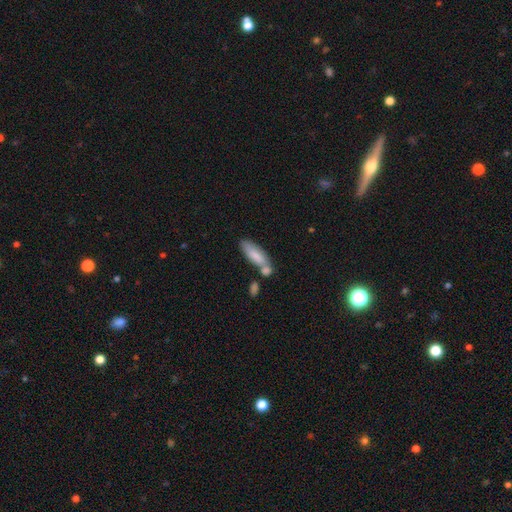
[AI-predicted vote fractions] Smooth or featured: smooth — 77% (featured or disk — 17%)
How rounded: in between — 55% (cigar-shaped — 43%)
Merging: merger — 42% (none — 38%)